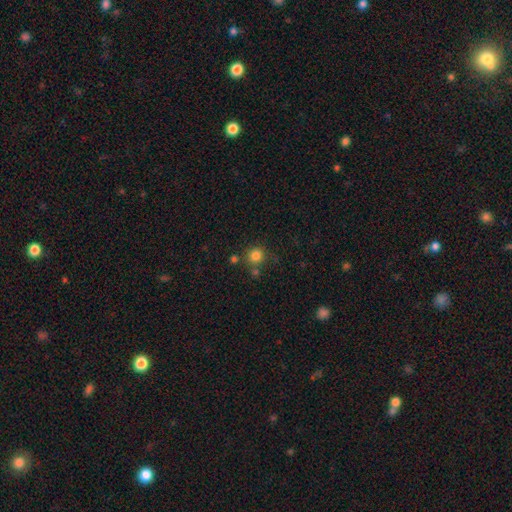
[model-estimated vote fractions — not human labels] A smooth galaxy with no disk features (82%) that is round (90%).

Vote fractions:
- Smooth or featured? smooth: 82% / star or artifact: 13% / featured or disk: 5%
- How rounded? round: 90% / in between: 9% / cigar-shaped: 1%
- Merging? none: 74% / merger: 12% / minor disturbance: 11% / major disturbance: 4%